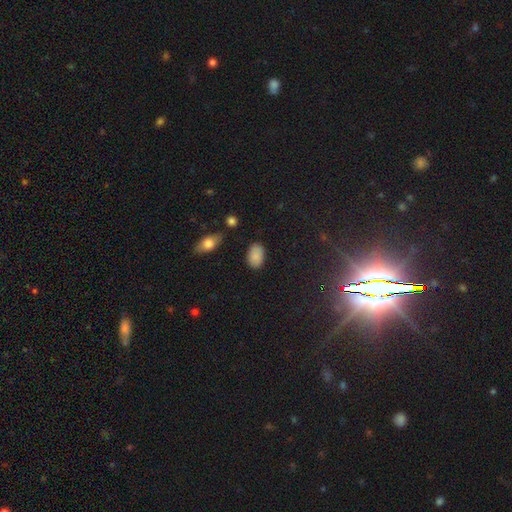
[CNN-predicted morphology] The model was most divided on "merging": none: 82%, minor disturbance: 13%, major disturbance: 3%, merger: 2%. More confident: how rounded — in between (91%); smooth or featured — smooth (87%).